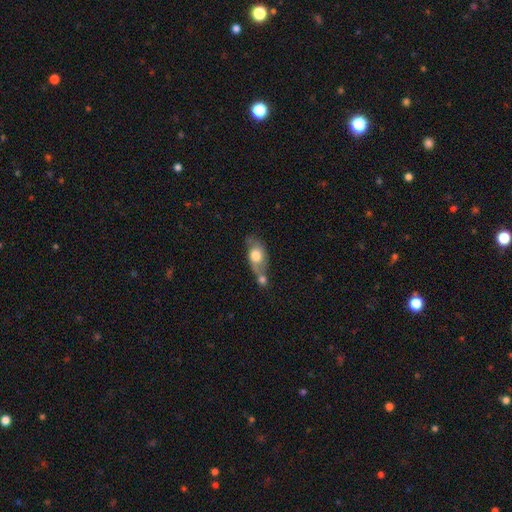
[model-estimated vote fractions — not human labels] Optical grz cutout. It shows a smooth galaxy with no disk features (65%) that is in between round and cigar-shaped (77%). Merging: merger (46%).